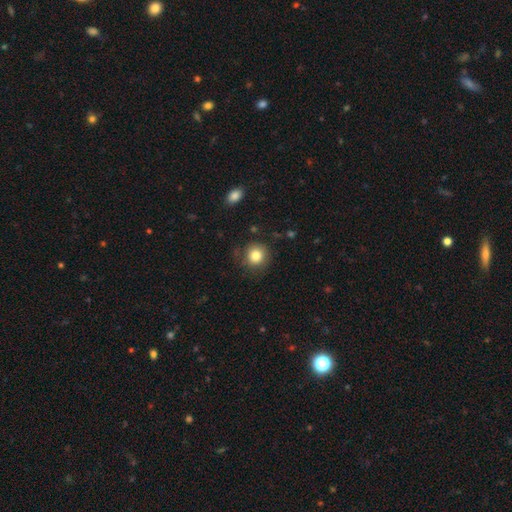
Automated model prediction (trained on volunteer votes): A smooth galaxy with no disk features (83%) that is round (89%).

Vote fractions:
- Smooth or featured? smooth: 83% / star or artifact: 10% / featured or disk: 7%
- How rounded? round: 89% / in between: 10% / cigar-shaped: 1%
- Merging? none: 83% / minor disturbance: 11% / major disturbance: 4% / merger: 2%